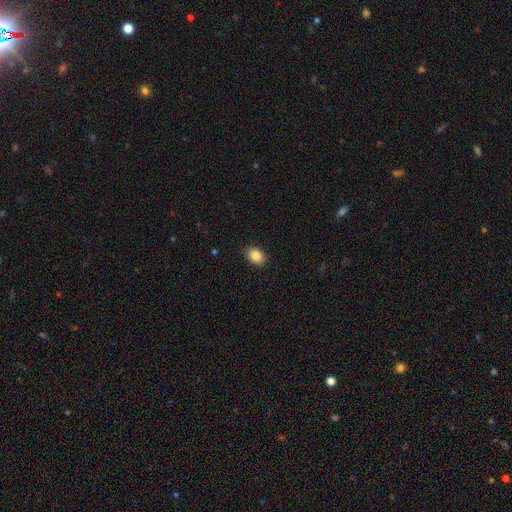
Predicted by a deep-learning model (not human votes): Smooth or featured: smooth — 86% (star or artifact — 8%)
How rounded: in between — 75% (round — 24%)
Merging: none — 89% (minor disturbance — 9%)